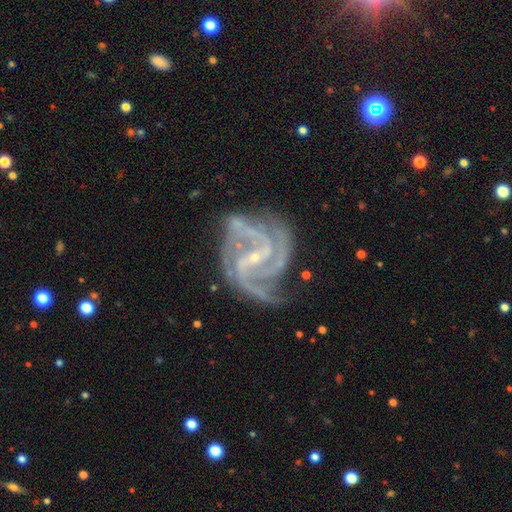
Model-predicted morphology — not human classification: Smooth or featured? Predicted: featured or disk (p=0.93). Edge-on disk? Predicted: no (p=0.98). Bar? Predicted: weak (p=0.41). Spiral arms? Predicted: yes (p=0.99). Spiral winding? Predicted: medium (p=0.53). Spiral arm count? Predicted: 3 (p=0.44). Bulge size? Predicted: small (p=0.84). Merging? Predicted: none (p=0.62).